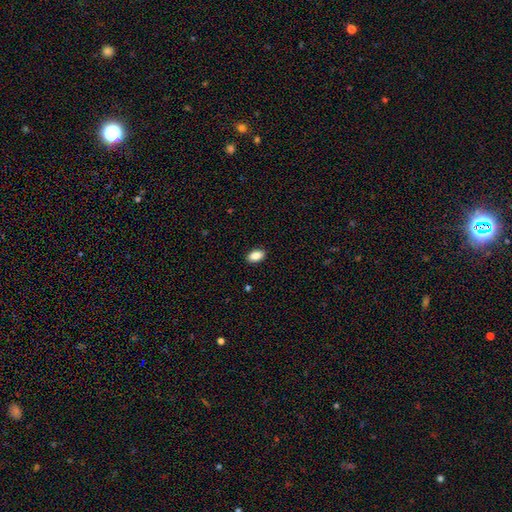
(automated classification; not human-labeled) Smooth or featured?
  - smooth: 87% *
  - star or artifact: 8%
  - featured or disk: 5%
How rounded?
  - in between: 90% *
  - round: 8%
  - cigar-shaped: 2%
Merging?
  - none: 90% *
  - minor disturbance: 8%
  - major disturbance: 2%
  - merger: 1%